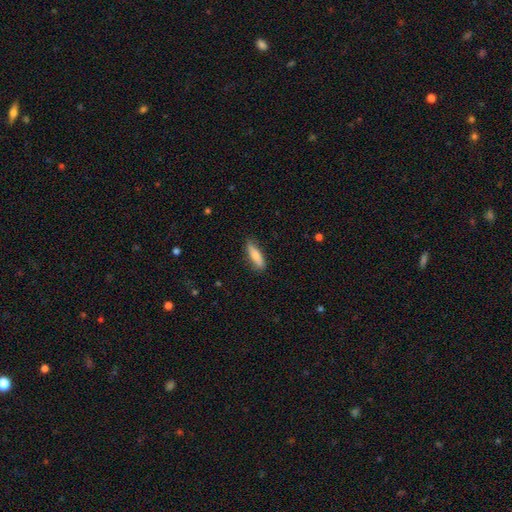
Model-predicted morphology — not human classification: Smooth or featured?
  - smooth: 71% *
  - featured or disk: 23%
  - star or artifact: 6%
How rounded?
  - cigar-shaped: 61% *
  - in between: 37%
  - round: 2%
Merging?
  - none: 83% *
  - minor disturbance: 14%
  - major disturbance: 2%
  - merger: 1%